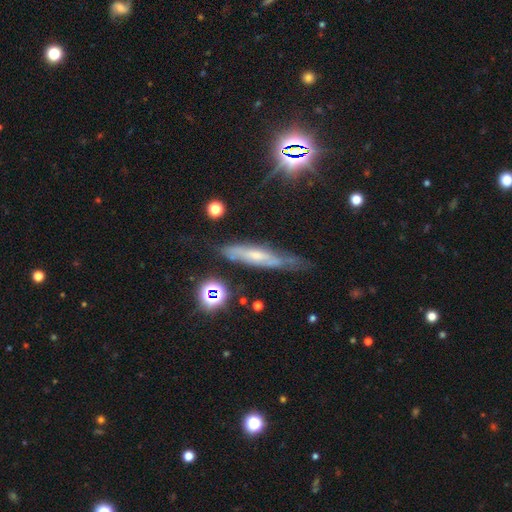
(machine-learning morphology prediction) Smooth or featured: featured or disk — 57% (smooth — 29%)
Edge-on disk: yes — 64% (no — 36%)
Merging: none — 57% (minor disturbance — 29%)